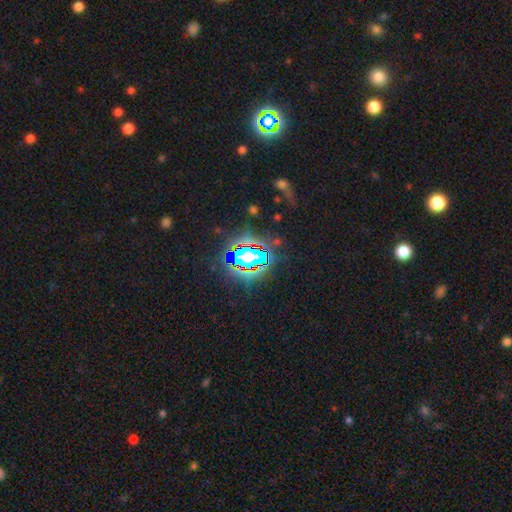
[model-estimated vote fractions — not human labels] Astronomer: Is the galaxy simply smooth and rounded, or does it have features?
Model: star or artifact — 70%.